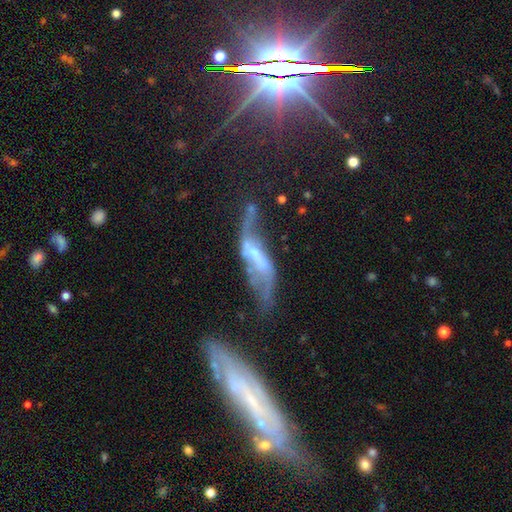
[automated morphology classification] Smooth or featured? featured or disk (74%)
Edge-on disk? no (81%)
Bar? strong (39%)
Spiral arms? yes (74%)
Bulge size? small (44%)
Merging? major disturbance (32%)